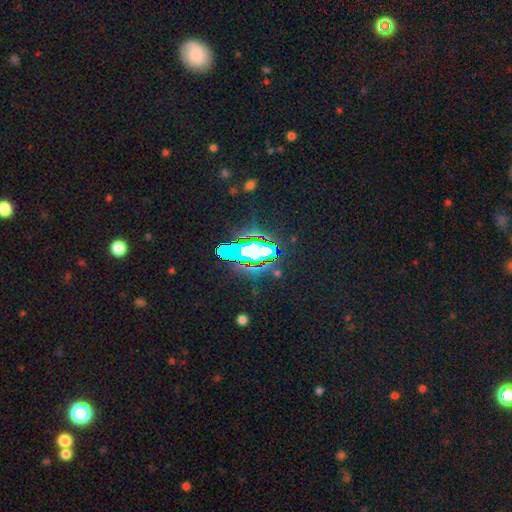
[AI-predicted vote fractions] Morphology: type=star or artifact (64%).